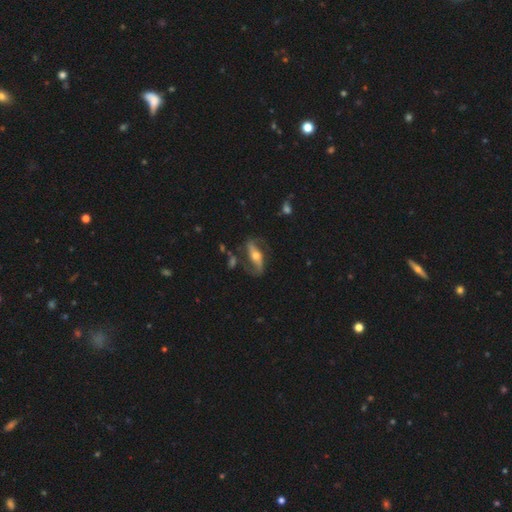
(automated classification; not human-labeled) Q: Smooth or featured?
A: featured or disk (77%); runner-up: smooth (17%)
Q: Edge-on disk?
A: no (80%); runner-up: yes (20%)
Q: Bar?
A: strong (46%); runner-up: no (32%)
Q: Spiral arms?
A: yes (87%); runner-up: no (13%)
Q: Spiral winding?
A: loose (58%); runner-up: medium (30%)
Q: Spiral arm count?
A: 2 (88%); runner-up: can't tell (5%)
Q: Bulge size?
A: moderate (65%); runner-up: small (25%)
Q: Merging?
A: none (65%); runner-up: minor disturbance (18%)